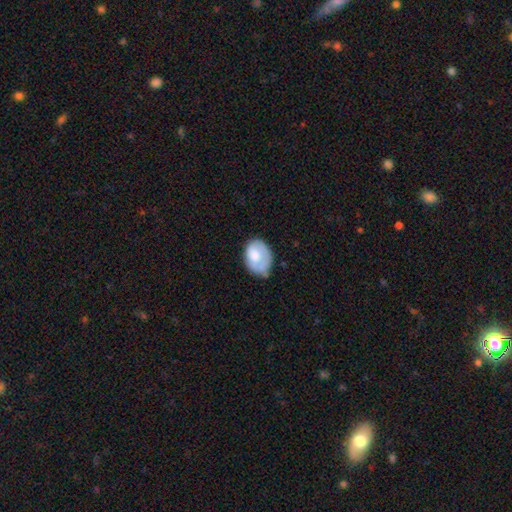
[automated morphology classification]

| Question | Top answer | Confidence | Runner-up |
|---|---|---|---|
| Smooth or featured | smooth | 68% | featured or disk (25%) |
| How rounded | in between | 69% | round (30%) |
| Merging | none | 45% | minor disturbance (36%) |